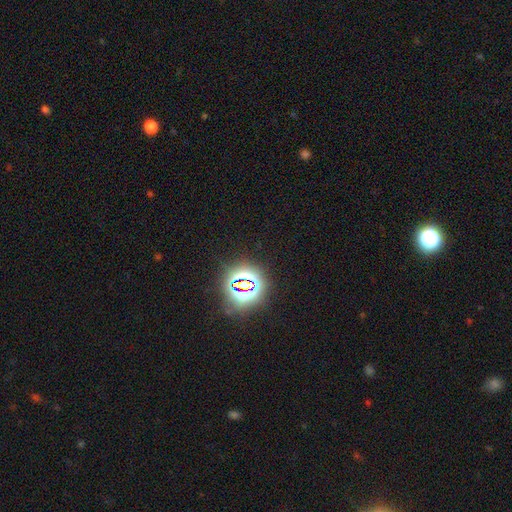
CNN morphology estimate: This appears to be a star or artifact, not a galaxy (78%).